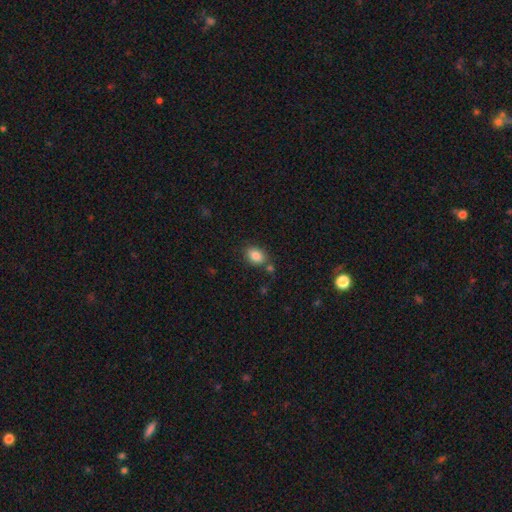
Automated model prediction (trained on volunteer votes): A smooth galaxy with no disk features (86%) that is in between round and cigar-shaped (76%). Merging: none (75%).